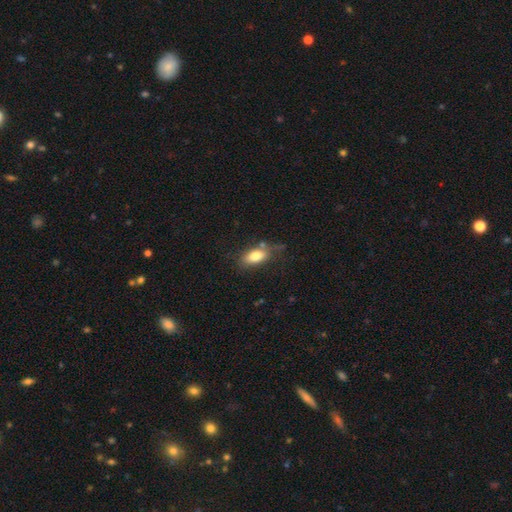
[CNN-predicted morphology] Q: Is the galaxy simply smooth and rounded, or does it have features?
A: smooth — 79%.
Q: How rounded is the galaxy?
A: in between — 86%.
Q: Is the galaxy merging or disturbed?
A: none — 66%.